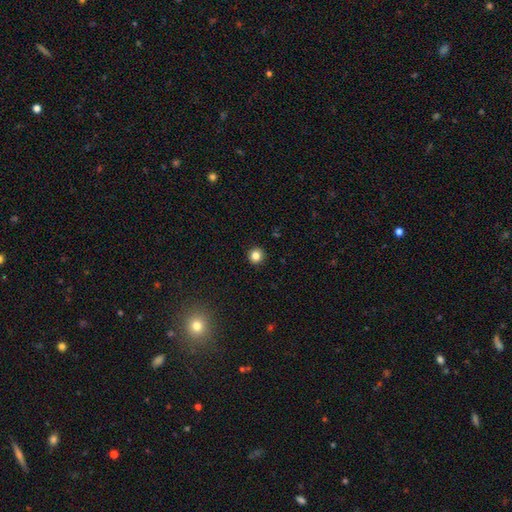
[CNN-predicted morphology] This appears to be a smooth galaxy with no disk features (83%) that is round (94%). Merging: none (93%).